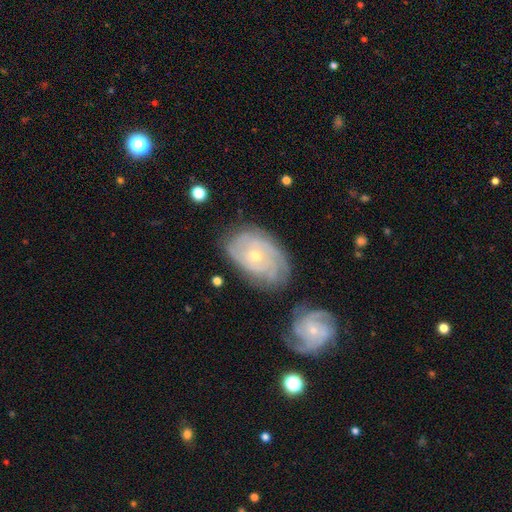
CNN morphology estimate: Smooth or featured?
  - featured or disk: 81% *
  - smooth: 13%
  - star or artifact: 6%
Edge-on disk?
  - no: 95% *
  - yes: 5%
Bar?
  - no: 78% *
  - weak: 18%
  - strong: 4%
Spiral arms?
  - yes: 94% *
  - no: 6%
Spiral winding?
  - tight: 73% *
  - medium: 22%
  - loose: 5%
Spiral arm count?
  - can't tell: 33% *
  - 3: 25%
  - 4: 18%
  - 2: 13%
  - more than 4: 6%
  - 1: 5%
Bulge size?
  - small: 63% *
  - moderate: 34%
  - large: 1%
  - none: 1%
  - dominant: 1%
Merging?
  - none: 68% *
  - minor disturbance: 19%
  - merger: 7%
  - major disturbance: 6%